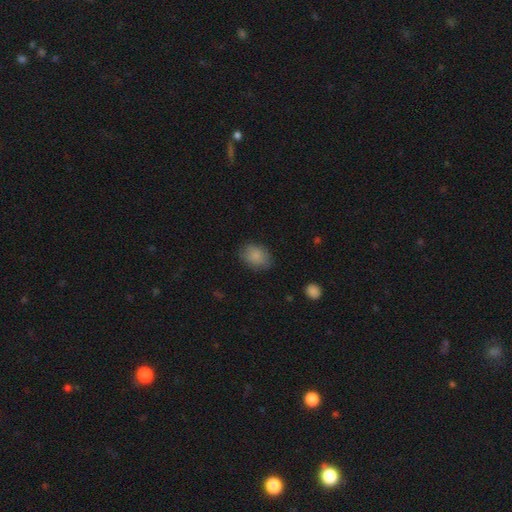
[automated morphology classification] Smooth or featured? Predicted: smooth (p=0.85). How rounded? Predicted: in between (p=0.68). Merging? Predicted: none (p=0.79).